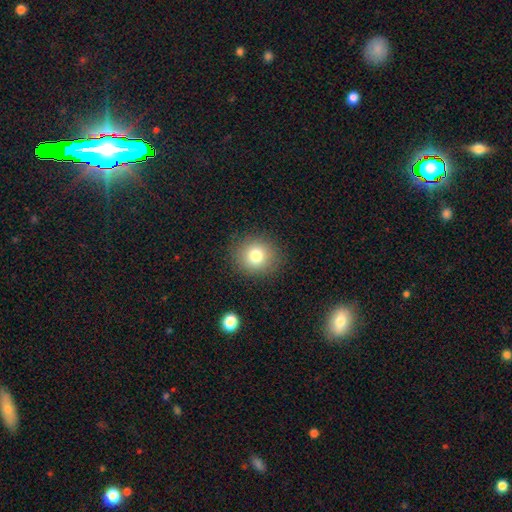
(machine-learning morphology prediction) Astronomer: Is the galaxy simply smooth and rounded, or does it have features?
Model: smooth — 79%.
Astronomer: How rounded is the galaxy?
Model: round — 83%.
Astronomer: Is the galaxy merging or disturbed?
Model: none — 88%.